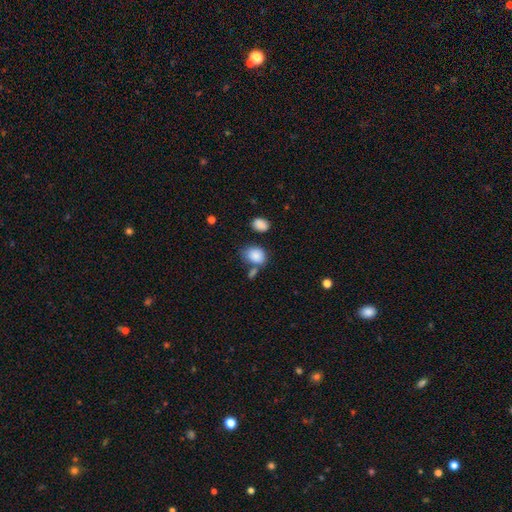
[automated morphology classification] This appears to be a smooth galaxy with no disk features (85%) that is in between round and cigar-shaped (61%). Merging: none (54%).